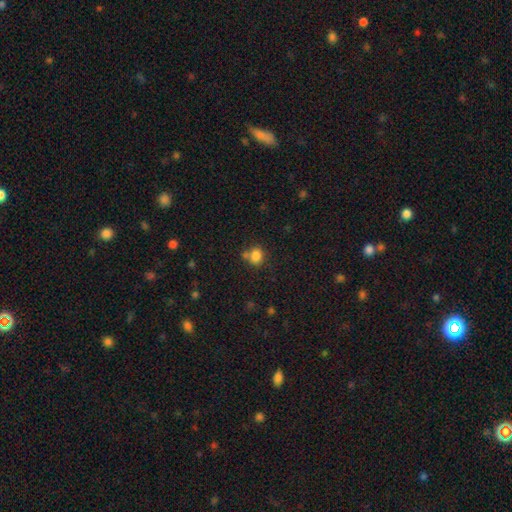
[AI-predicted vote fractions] A smooth galaxy with no disk features (83%) that is round (72%). Merging: none (62%).